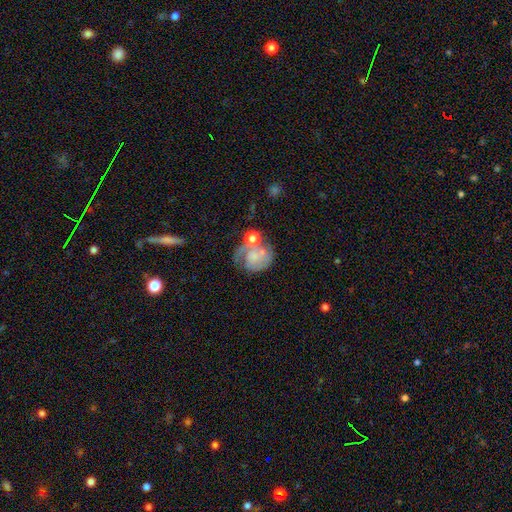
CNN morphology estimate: Smooth or featured? featured or disk (54%)
Edge-on disk? no (98%)
Bar? no (79%)
Spiral arms? yes (71%)
Bulge size? small (38%)
Merging? none (32%)